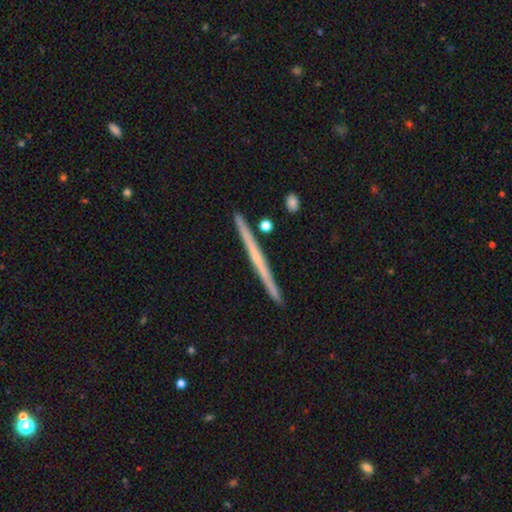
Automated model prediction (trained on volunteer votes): smooth-or-featured: featured or disk: 59% | smooth: 36% | star or artifact: 6%
  disk-edge-on: yes: 98% | no: 2%
    edge-on-bulge: none: 82% | rounded: 14% | boxy: 4%
  merging: none: 91% | minor disturbance: 6% | merger: 2% | major disturbance: 1%